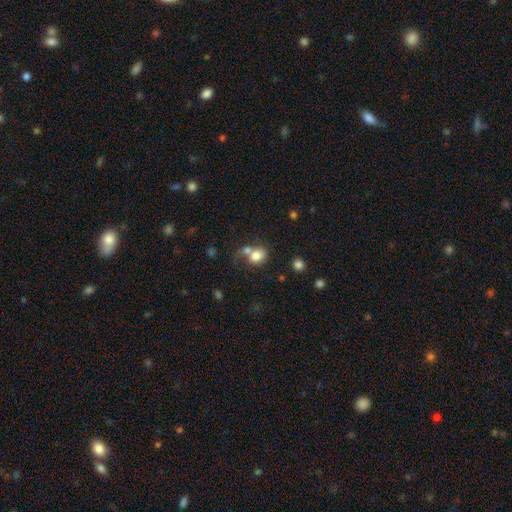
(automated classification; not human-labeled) Smooth or featured? smooth (78%)
How rounded? in between (50%)
Merging? merger (45%)